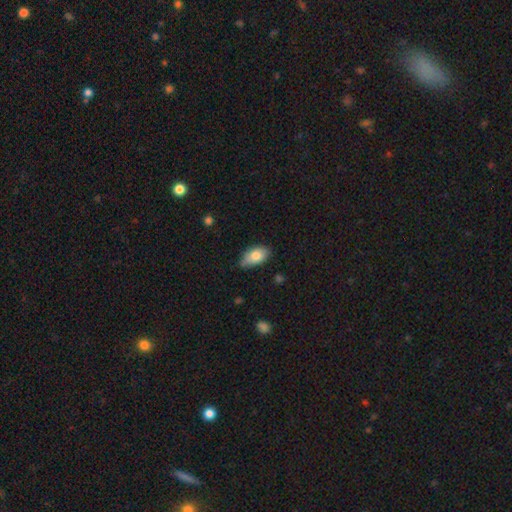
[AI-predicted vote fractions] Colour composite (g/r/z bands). It shows a smooth galaxy with no disk features (78%) that is in between round and cigar-shaped (93%). Merging: none (68%).